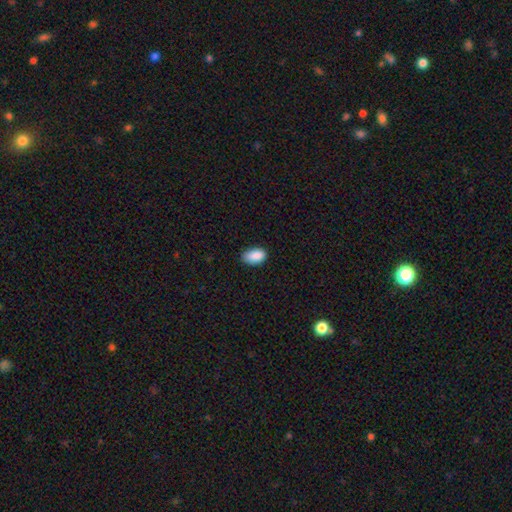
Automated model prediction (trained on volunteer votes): smooth_or_featured: smooth (p=0.89) [alt: star or artifact p=0.08]
how_rounded: in between (p=0.93) [alt: round p=0.06]
merging: none (p=0.79) [alt: minor disturbance p=0.18]